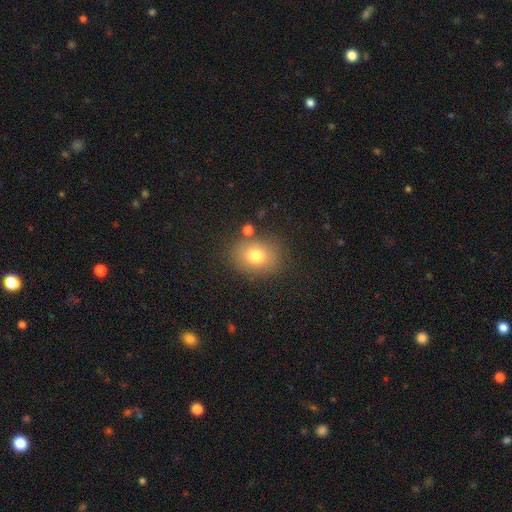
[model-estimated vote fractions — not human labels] smooth-or-featured: smooth: 77% | star or artifact: 12% | featured or disk: 11%
  how-rounded: in between: 52% | round: 47% | cigar-shaped: 1%
  merging: none: 80% | minor disturbance: 11% | merger: 5% | major disturbance: 4%